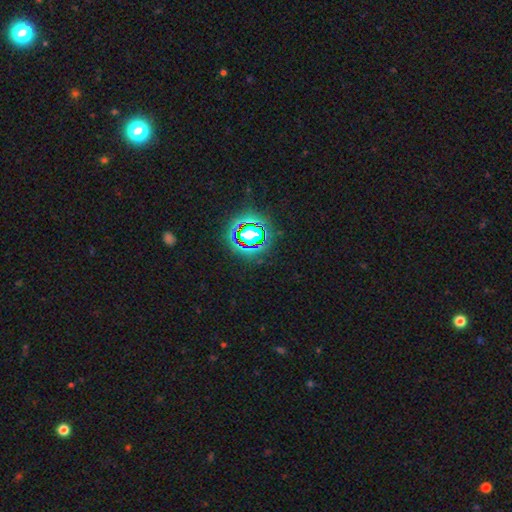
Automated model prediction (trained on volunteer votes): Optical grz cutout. It shows a star or artifact, not a galaxy (78%).